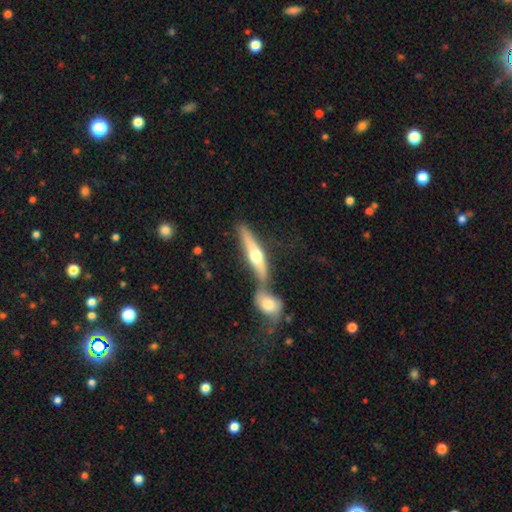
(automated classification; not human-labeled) A featured or disk galaxy (66%) viewed edge-on (92%) with a rounded central bulge (93%). Merging: none (45%).